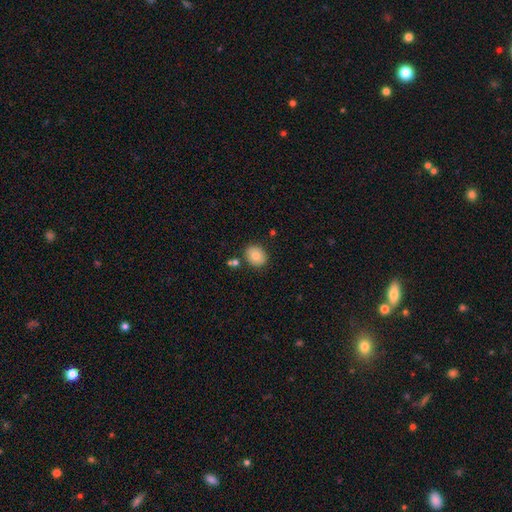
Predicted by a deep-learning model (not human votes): The model was most divided on "how rounded": round: 67%, in between: 32%, cigar-shaped: 1%. More confident: merging — none (84%); smooth or featured — smooth (79%).